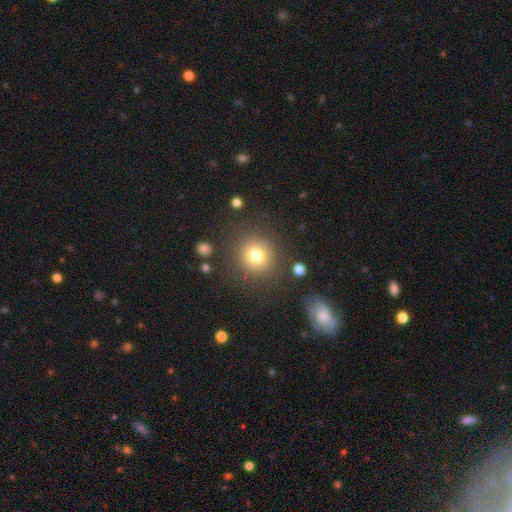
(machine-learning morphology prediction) Smooth or featured? smooth (78%)
How rounded? round (90%)
Merging? none (84%)